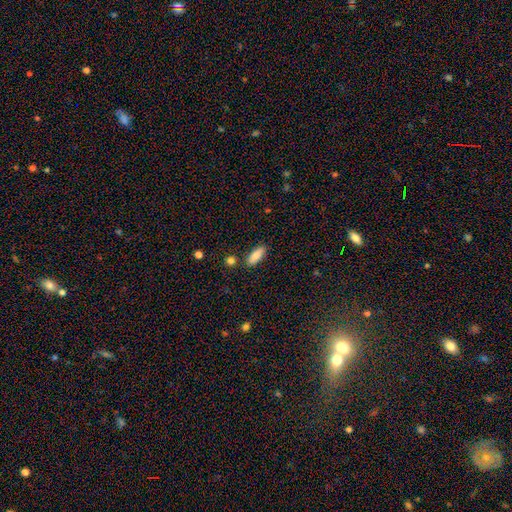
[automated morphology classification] Smooth or featured: smooth — 85% (featured or disk — 8%)
How rounded: in between — 72% (cigar-shaped — 26%)
Merging: none — 84% (minor disturbance — 10%)